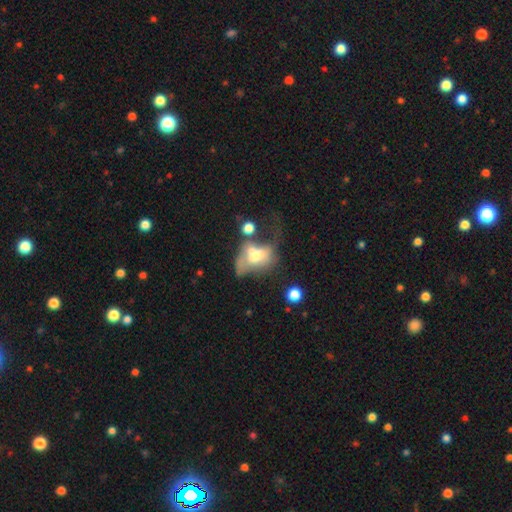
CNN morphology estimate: smooth 48%, featured or disk 42%, star or artifact 10%. Down the decision tree: merging — merger (37%).